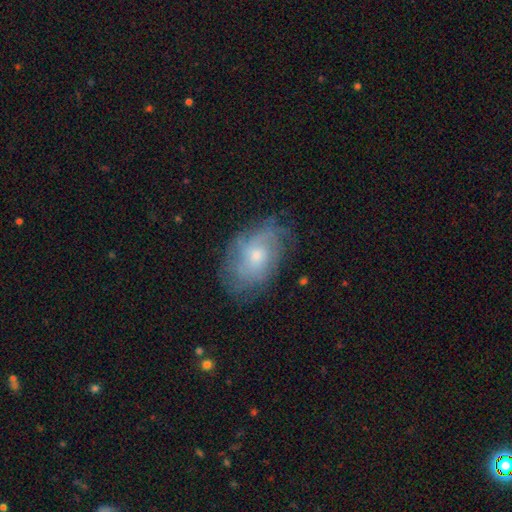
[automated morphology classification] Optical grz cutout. It shows a featured or disk galaxy (62%) with no bar (78%), spiral arms (79%) and a small central bulge (51%). Merging: none (70%).